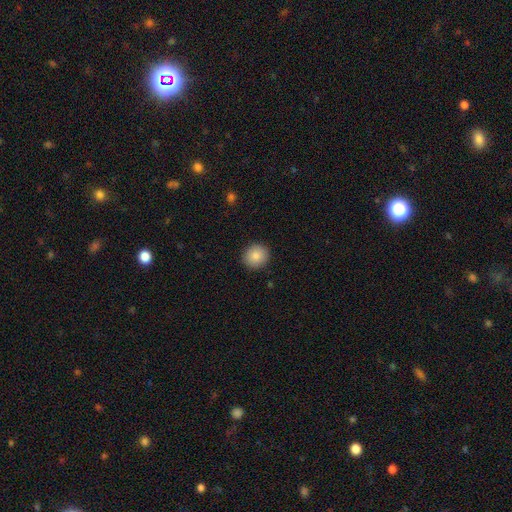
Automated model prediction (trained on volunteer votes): Q: Smooth or featured?
A: smooth (85%); runner-up: star or artifact (9%)
Q: How rounded?
A: round (89%); runner-up: in between (10%)
Q: Merging?
A: none (91%); runner-up: minor disturbance (6%)